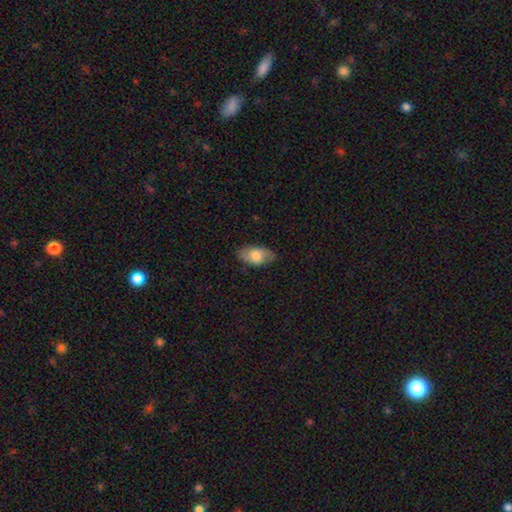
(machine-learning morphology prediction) This is likely a smooth galaxy (64%). How rounded: clearly in between (93%). Merging: likely none (79%).